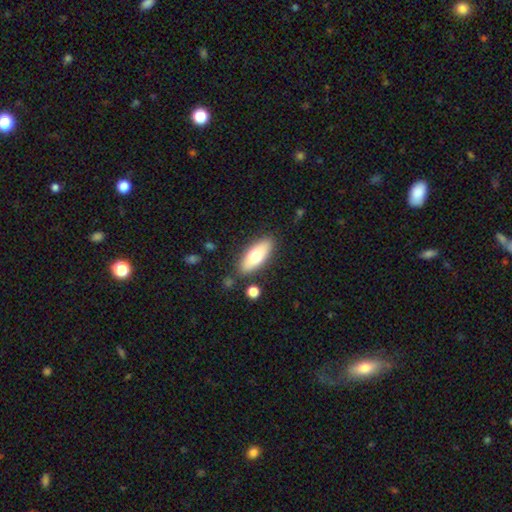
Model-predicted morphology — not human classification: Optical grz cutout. It shows a smooth galaxy with no disk features (68%) that is in between round and cigar-shaped (73%). Merging: none (84%).